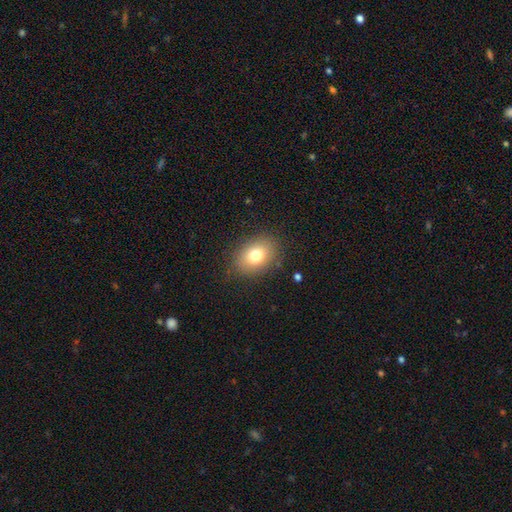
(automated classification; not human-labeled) Smooth or featured: smooth — 77% (featured or disk — 13%)
How rounded: in between — 71% (round — 27%)
Merging: none — 83% (minor disturbance — 12%)